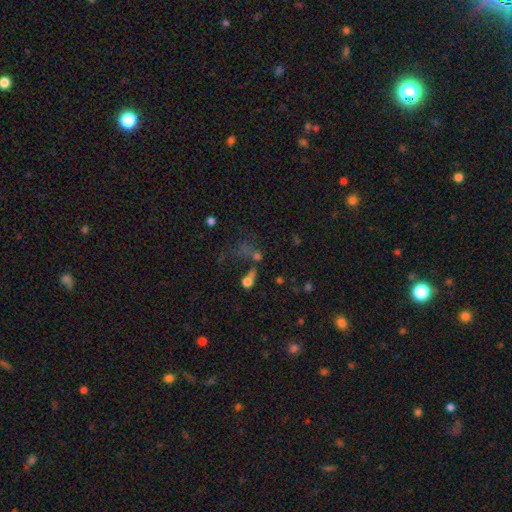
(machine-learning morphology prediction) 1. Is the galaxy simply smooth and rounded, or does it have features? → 43% star or artifact, 38% smooth, 19% featured or disk.